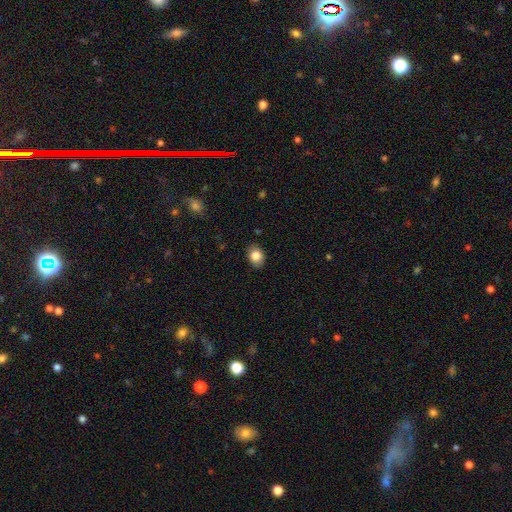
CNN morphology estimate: A smooth galaxy with no disk features (84%) that is in between round and cigar-shaped (61%).

Vote fractions:
- Smooth or featured? smooth: 84% / star or artifact: 9% / featured or disk: 8%
- How rounded? in between: 61% / round: 37% / cigar-shaped: 1%
- Merging? none: 84% / minor disturbance: 12% / major disturbance: 2% / merger: 1%